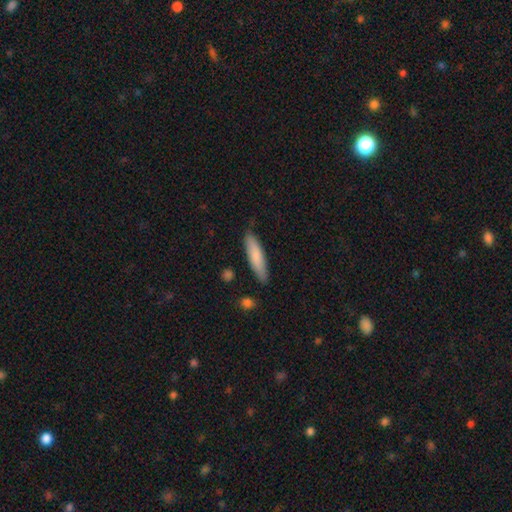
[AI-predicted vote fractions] smooth-or-featured: smooth: 81% | featured or disk: 13% | star or artifact: 5%
  how-rounded: cigar-shaped: 78% | in between: 21% | round: 1%
  merging: none: 84% | minor disturbance: 12% | major disturbance: 2% | merger: 2%